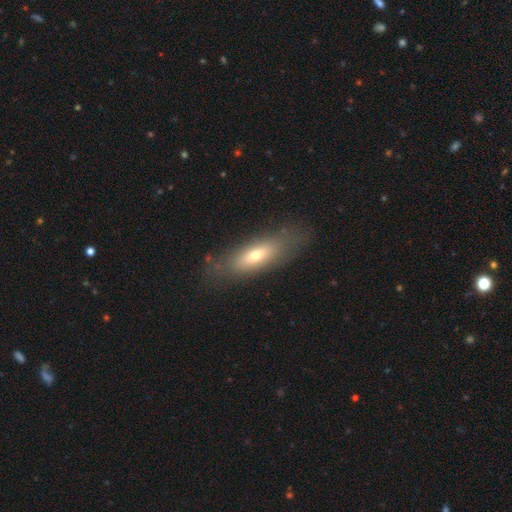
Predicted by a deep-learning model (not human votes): Q: Smooth or featured?
A: smooth (58%); runner-up: featured or disk (33%)
Q: How rounded?
A: in between (54%); runner-up: cigar-shaped (42%)
Q: Merging?
A: none (79%); runner-up: minor disturbance (14%)